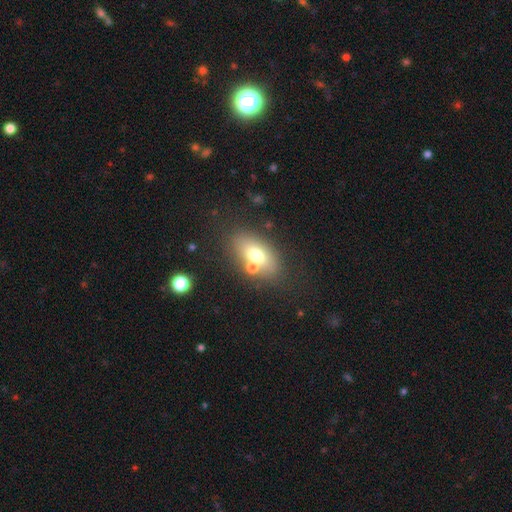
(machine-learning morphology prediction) Smooth or featured: smooth — 65% (featured or disk — 24%)
How rounded: in between — 84% (round — 13%)
Merging: none — 62% (merger — 20%)